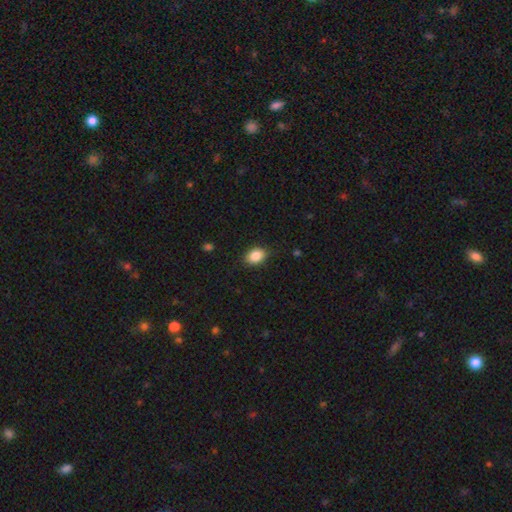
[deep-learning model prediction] smooth_or_featured: smooth (p=0.87) [alt: star or artifact p=0.08]
how_rounded: in between (p=0.79) [alt: round p=0.20]
merging: none (p=0.83) [alt: minor disturbance p=0.13]